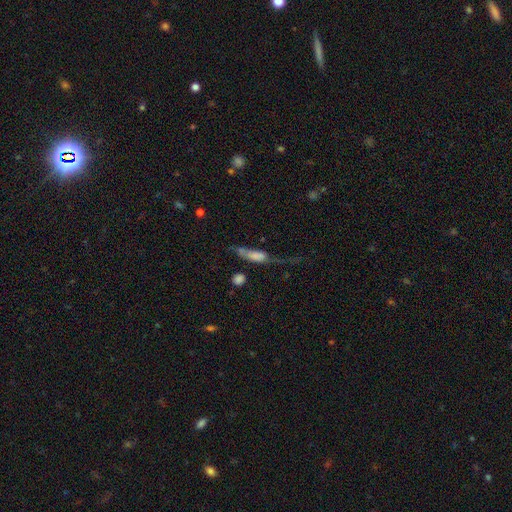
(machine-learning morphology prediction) A smooth galaxy with no disk features (59%) that is in between round and cigar-shaped (50%). Merging: major disturbance (46%).